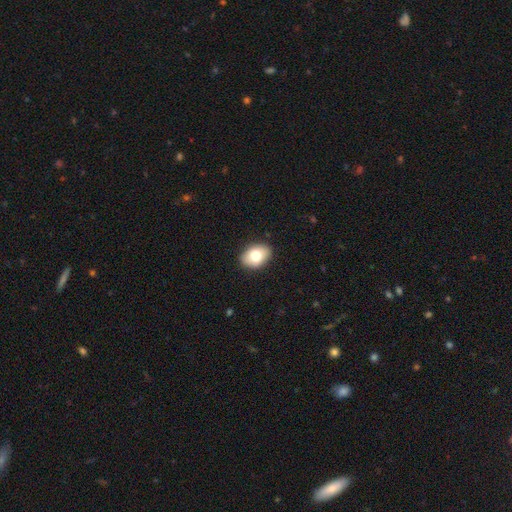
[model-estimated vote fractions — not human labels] smooth 77%, featured or disk 15%, star or artifact 8%. Down the decision tree: how rounded — in between (77%); merging — none (89%).